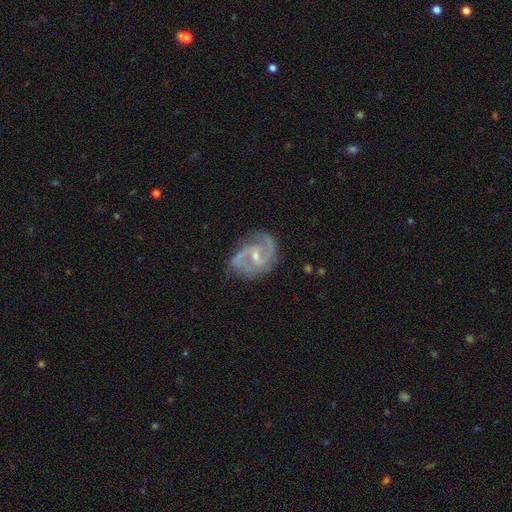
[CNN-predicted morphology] A featured or disk galaxy (91%) with a weak bar (51%), 2 (89%) medium (61%) spiral arms (98%) and a small central bulge (64%).

Vote fractions:
- Smooth or featured? featured or disk: 91% / star or artifact: 5% / smooth: 4%
- Edge-on disk? no: 98% / yes: 2%
- Bar? weak: 51% / no: 30% / strong: 20%
- Spiral arms? yes: 98% / no: 2%
- Spiral winding? medium: 61% / tight: 21% / loose: 18%
- Spiral arm count? 2: 89% / 3: 4% / can't tell: 3% / 1: 2% / 4: 1% / more than 4: 1%
- Bulge size? small: 64% / moderate: 32% / none: 3% / large: 1% / dominant: 1%
- Merging? none: 74% / minor disturbance: 18% / major disturbance: 6% / merger: 2%